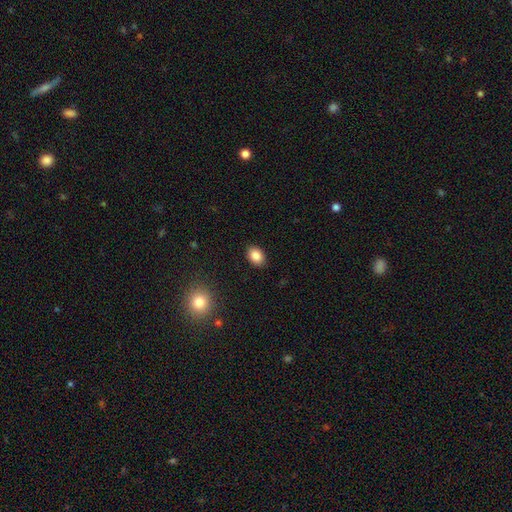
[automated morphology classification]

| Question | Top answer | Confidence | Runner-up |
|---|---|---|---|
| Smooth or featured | smooth | 86% | star or artifact (9%) |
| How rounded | in between | 77% | round (22%) |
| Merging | none | 89% | minor disturbance (8%) |